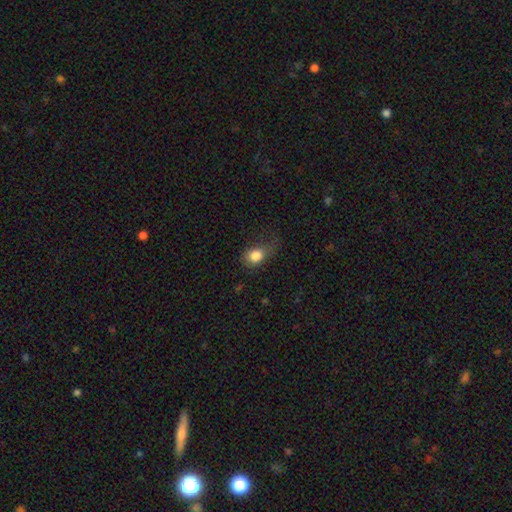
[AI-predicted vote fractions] Smooth or featured? Predicted: smooth (p=0.83). How rounded? Predicted: in between (p=0.57). Merging? Predicted: none (p=0.43).